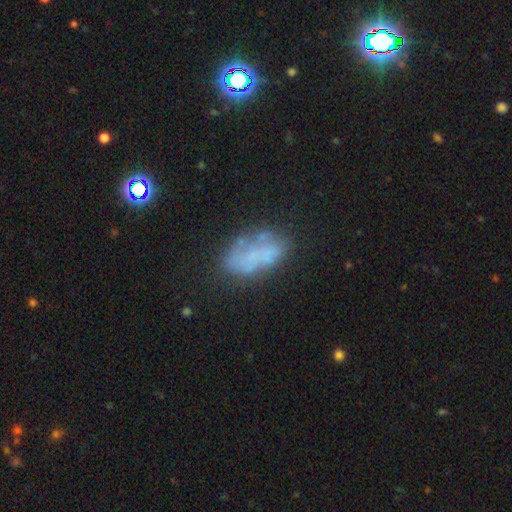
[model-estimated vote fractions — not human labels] smooth_or_featured: featured or disk (p=0.44) [alt: smooth p=0.42]
merging: none (p=0.50) [alt: minor disturbance p=0.23]